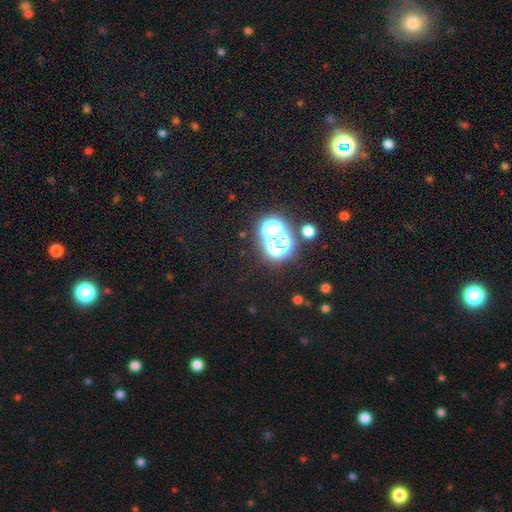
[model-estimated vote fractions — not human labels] Smooth or featured? Predicted: star or artifact (p=0.78).